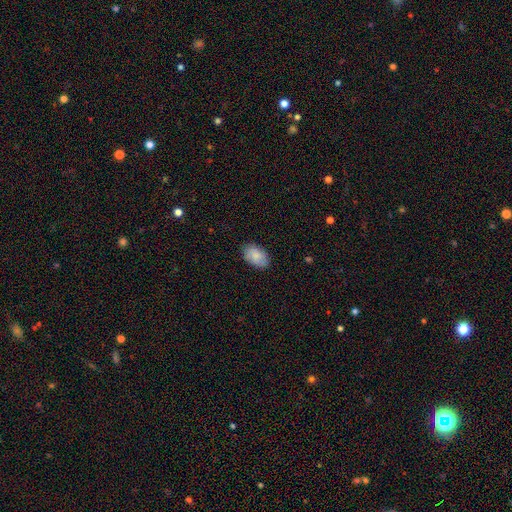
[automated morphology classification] This appears to be a smooth galaxy with no disk features (83%) that is in between round and cigar-shaped (93%). Merging: none (85%).